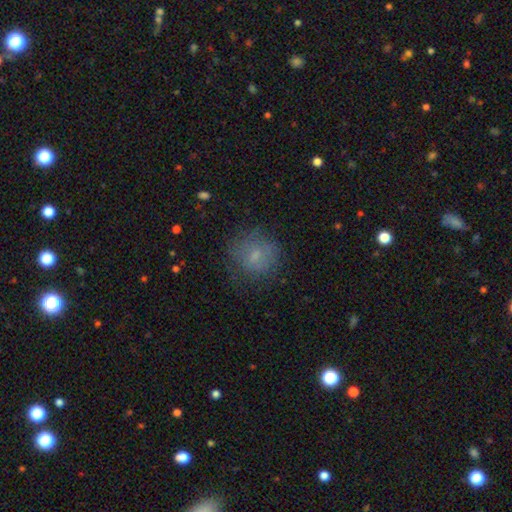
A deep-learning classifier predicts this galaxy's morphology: type=smooth (71%); roundness=round (87%); merging=none (72%).